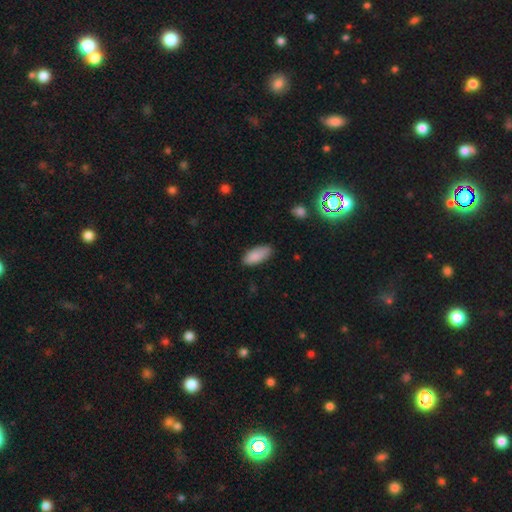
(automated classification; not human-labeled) Smooth or featured: smooth — 88% (star or artifact — 7%)
How rounded: in between — 85% (cigar-shaped — 13%)
Merging: none — 81% (minor disturbance — 15%)